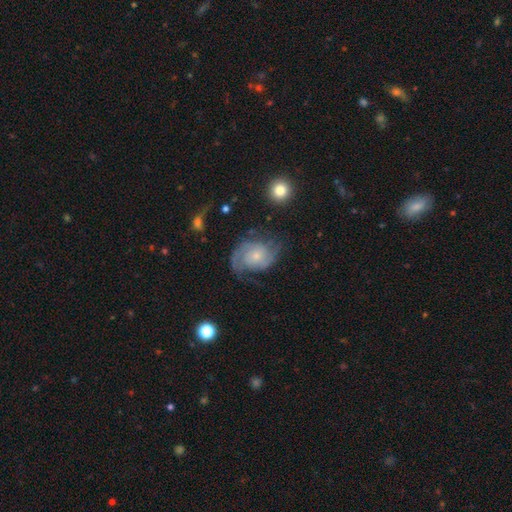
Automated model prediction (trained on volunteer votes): Morphology: type=featured or disk (82%); edge-on=no (98%); bar=no (70%); spiral arms=yes (95%); winding=medium (45%); arm count=2 (79%); bulge=small (63%); merging=none (64%).